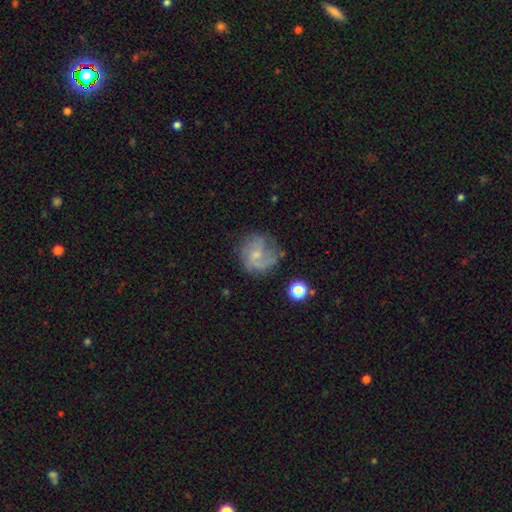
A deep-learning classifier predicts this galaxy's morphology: Overall: featured or disk (61%; smooth 30%). Edge-on disk: no (98%). Bar: no (59%; weak 36%). Spiral arms: yes (85%). Spiral arm count: 2 (38%; can't tell 27%). Spiral winding: medium (43%; loose 31%). Bulge size: small (60%; moderate 24%). Merging: none (63%).